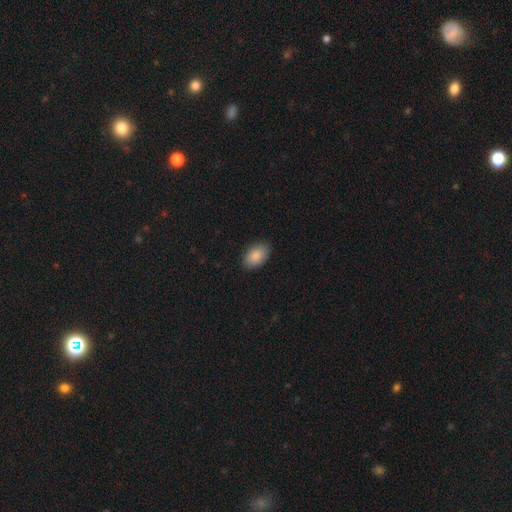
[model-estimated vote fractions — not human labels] This appears to be a smooth galaxy with no disk features (88%) that is in between round and cigar-shaped (92%). Merging: none (88%).